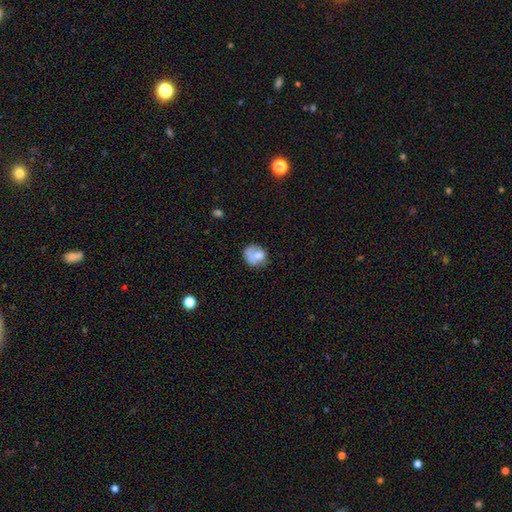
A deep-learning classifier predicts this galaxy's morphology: Smooth or featured? Predicted: smooth (p=0.69). How rounded? Predicted: round (p=0.61). Merging? Predicted: none (p=0.44).